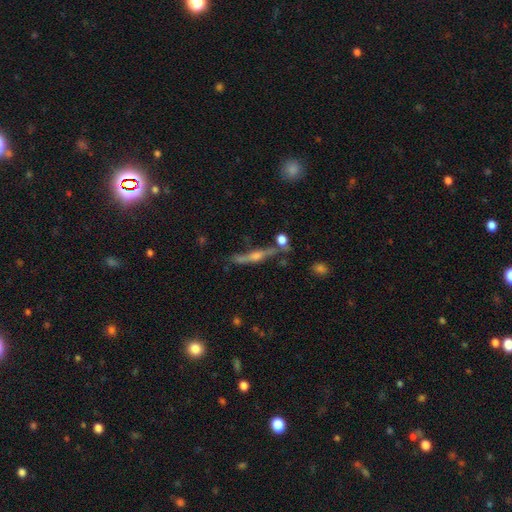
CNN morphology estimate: Smooth or featured?
  - featured or disk: 72% *
  - smooth: 18%
  - star or artifact: 10%
Edge-on disk?
  - yes: 91% *
  - no: 9%
Edge-on bulge?
  - rounded: 87% *
  - none: 7%
  - boxy: 6%
Merging?
  - none: 66% *
  - minor disturbance: 16%
  - merger: 11%
  - major disturbance: 6%